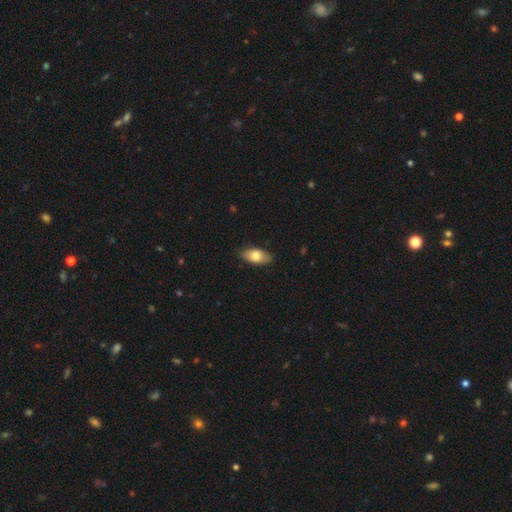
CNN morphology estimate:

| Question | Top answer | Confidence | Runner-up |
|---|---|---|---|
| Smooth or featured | smooth | 75% | featured or disk (20%) |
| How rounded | in between | 89% | cigar-shaped (8%) |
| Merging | none | 87% | minor disturbance (10%) |